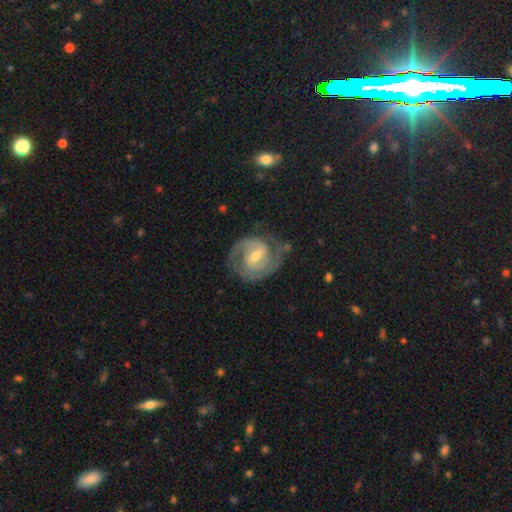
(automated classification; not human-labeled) smooth_or_featured: featured or disk (p=0.89) [alt: smooth p=0.07]
disk_edge_on: no (p=0.98) [alt: yes p=0.02]
bar: weak (p=0.55) [alt: no p=0.24]
has_spiral_arms: yes (p=0.97) [alt: no p=0.03]
spiral_winding: tight (p=0.54) [alt: medium p=0.39]
spiral_arm_count: 2 (p=0.80) [alt: 3 p=0.08]
bulge_size: moderate (p=0.62) [alt: small p=0.33]
merging: none (p=0.73) [alt: minor disturbance p=0.18]